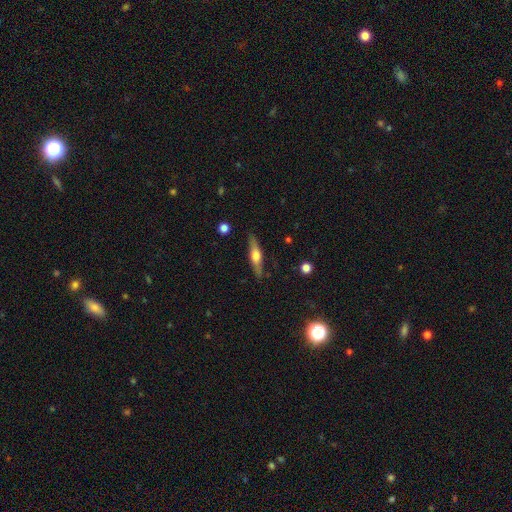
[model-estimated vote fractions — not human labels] Smooth or featured? Predicted: featured or disk (p=0.61). Edge-on disk? Predicted: yes (p=0.95). Edge-on bulge? Predicted: rounded (p=0.90). Merging? Predicted: none (p=0.87).